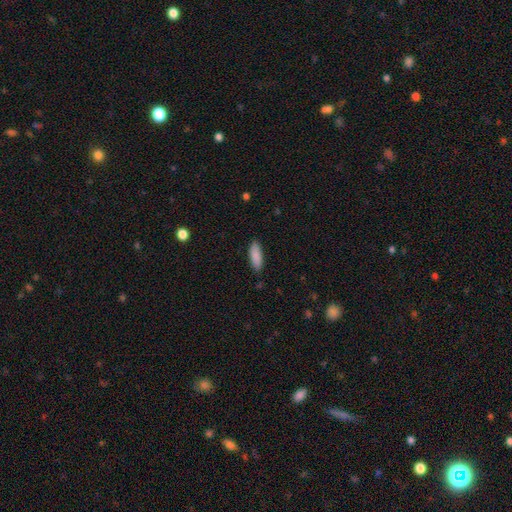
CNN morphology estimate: This appears to be a smooth galaxy with no disk features (88%) that is in between round and cigar-shaped (63%). Merging: none (85%).